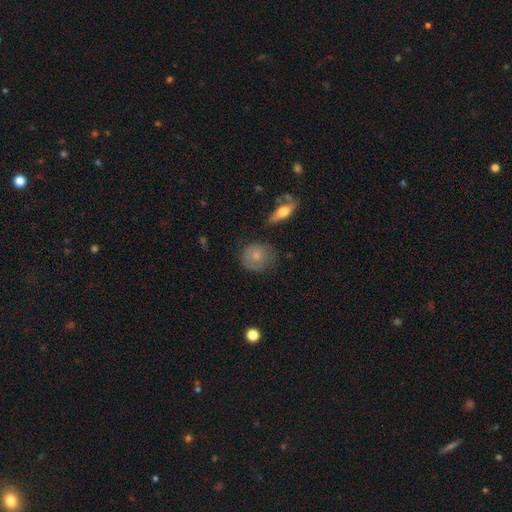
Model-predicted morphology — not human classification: smooth 69%, featured or disk 24%, star or artifact 7%. Down the decision tree: how rounded — round (80%); merging — none (63%).